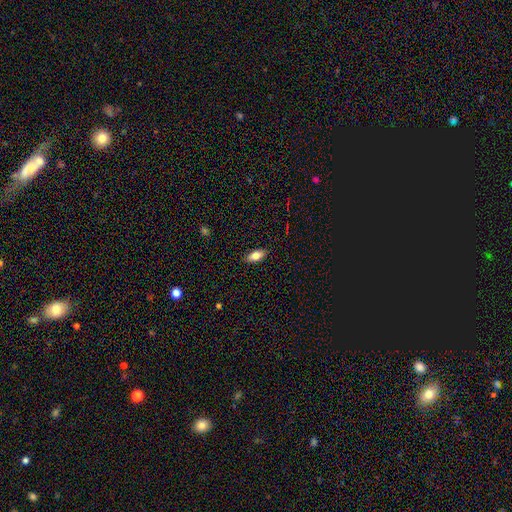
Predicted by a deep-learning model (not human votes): Smooth or featured: smooth — 82% (featured or disk — 11%)
How rounded: in between — 87% (cigar-shaped — 10%)
Merging: none — 87% (minor disturbance — 10%)